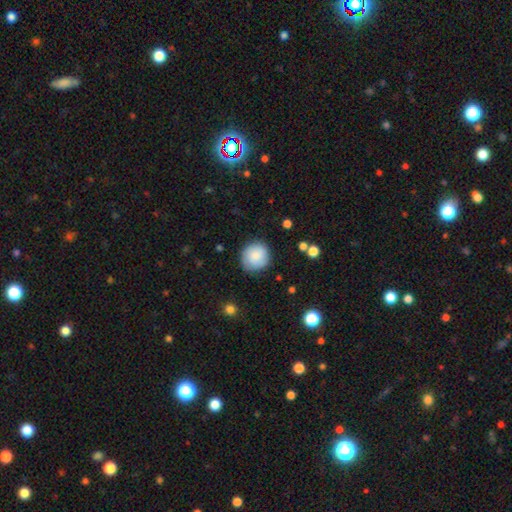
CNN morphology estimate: Smooth or featured: smooth — 85% (featured or disk — 8%)
How rounded: round — 90% (in between — 9%)
Merging: none — 83% (minor disturbance — 12%)